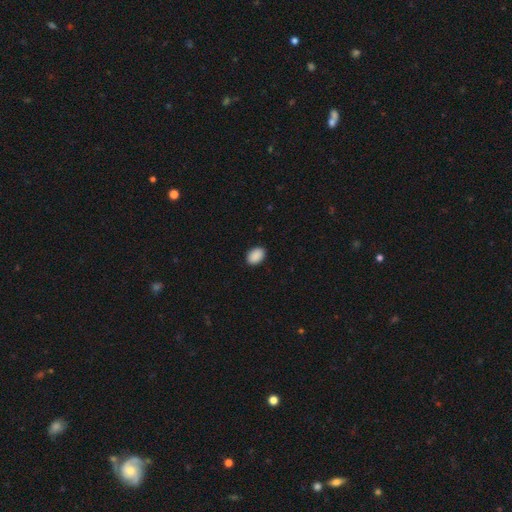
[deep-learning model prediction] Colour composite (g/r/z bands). It shows a smooth galaxy with no disk features (91%) that is in between round and cigar-shaped (83%). Merging: none (89%).